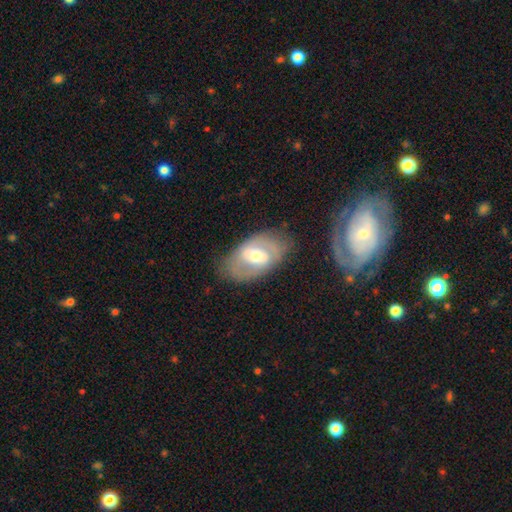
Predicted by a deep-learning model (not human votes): Overall: featured or disk (65%; smooth 28%). Edge-on disk: no (93%). Bar: weak (46%; strong 27%). Spiral arms: yes (63%; no 37%). Bulge size: moderate (63%; small 28%). Merging: none (74%).